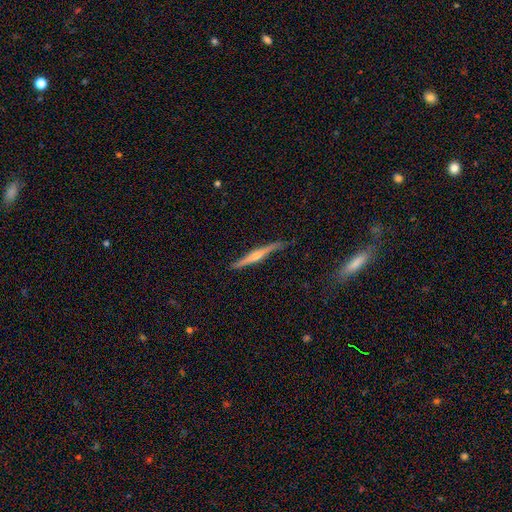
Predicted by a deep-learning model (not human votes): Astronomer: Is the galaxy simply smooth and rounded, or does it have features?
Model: featured or disk — 71%.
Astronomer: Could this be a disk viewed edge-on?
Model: yes — 97%.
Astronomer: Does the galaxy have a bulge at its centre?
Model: rounded — 79%.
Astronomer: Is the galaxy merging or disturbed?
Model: none — 83%.